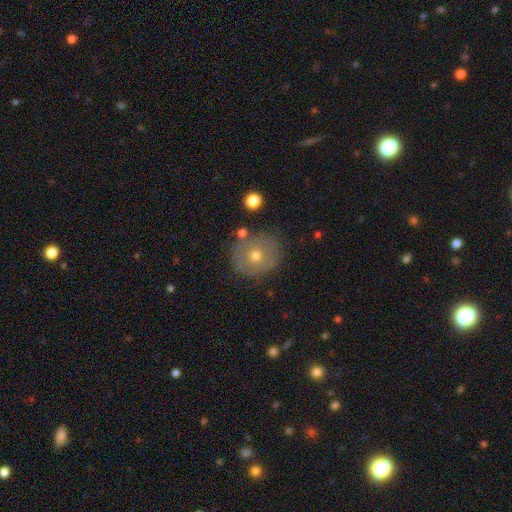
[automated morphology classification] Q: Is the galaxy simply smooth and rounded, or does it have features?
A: smooth — 59%.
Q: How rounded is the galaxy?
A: round — 88%.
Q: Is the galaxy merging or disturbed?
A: none — 80%.